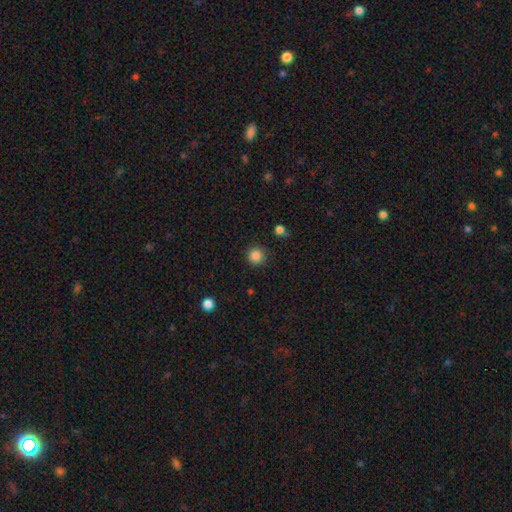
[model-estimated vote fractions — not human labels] smooth 85%, star or artifact 11%, featured or disk 3%. Down the decision tree: how rounded — round (94%); merging — none (89%).